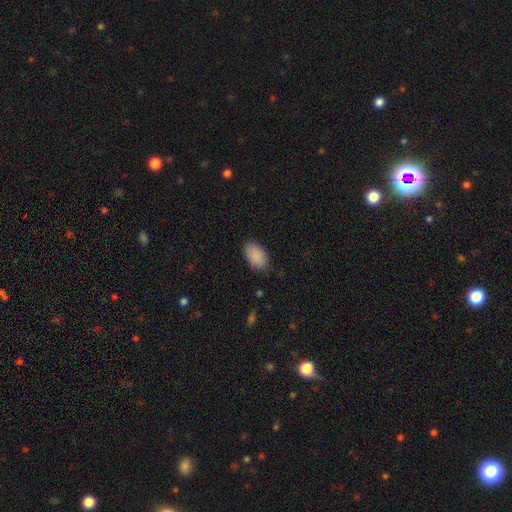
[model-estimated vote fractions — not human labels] A smooth galaxy with no disk features (89%) that is in between round and cigar-shaped (93%). Merging: none (83%).